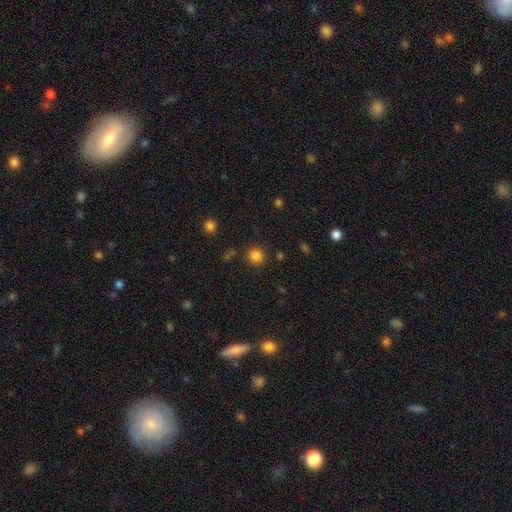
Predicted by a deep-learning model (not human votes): Q: Smooth or featured?
A: smooth (83%); runner-up: star or artifact (13%)
Q: How rounded?
A: round (92%); runner-up: in between (7%)
Q: Merging?
A: none (87%); runner-up: minor disturbance (7%)